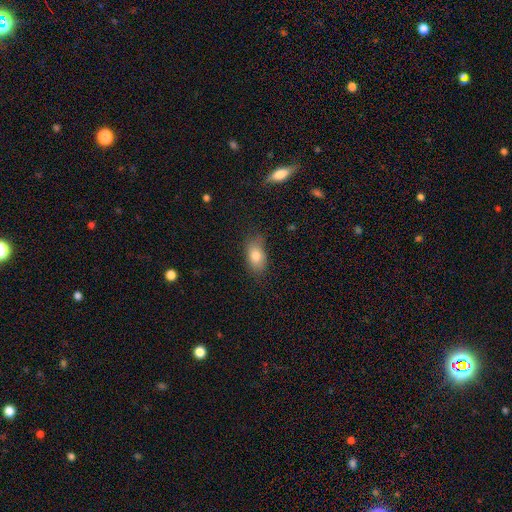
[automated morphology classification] This is clearly a smooth galaxy (80%). How rounded: clearly in between (88%). Merging: likely none (72%).